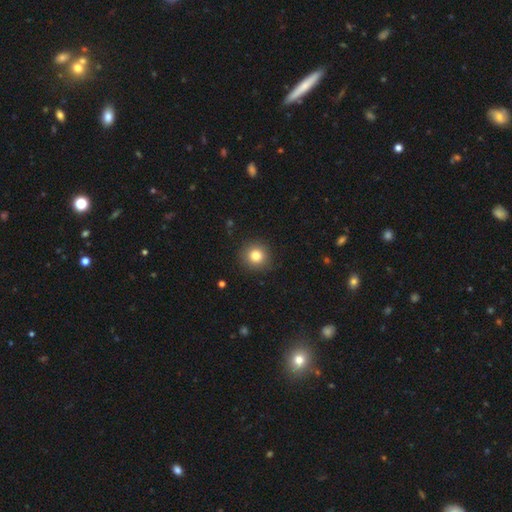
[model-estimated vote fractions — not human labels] A smooth galaxy with no disk features (81%) that is round (94%). Merging: none (90%).